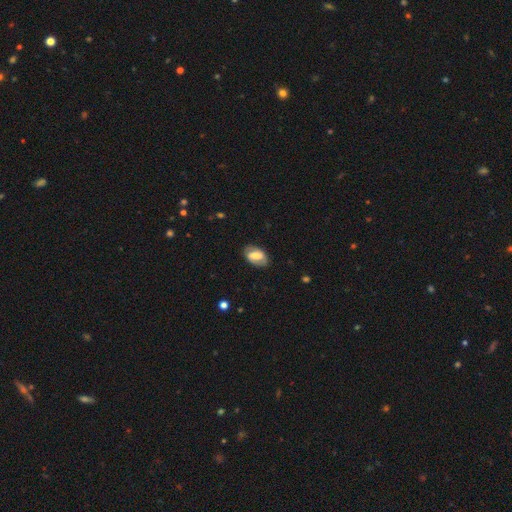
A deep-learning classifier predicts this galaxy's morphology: smooth 54%, featured or disk 39%, star or artifact 7%. Down the decision tree: how rounded — in between (90%); merging — none (80%).